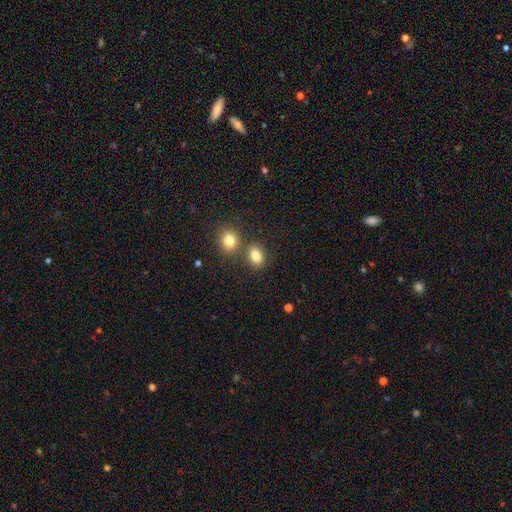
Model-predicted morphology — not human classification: This is clearly a smooth galaxy (82%). How rounded: likely in between (69%). Merging: likely none (64%).